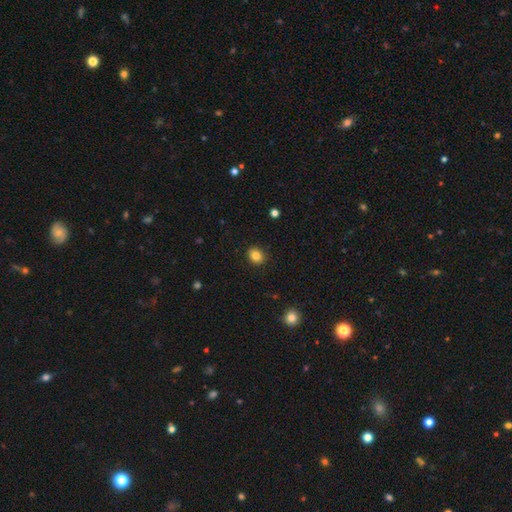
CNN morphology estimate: Q: Smooth or featured?
A: smooth (83%); runner-up: star or artifact (11%)
Q: How rounded?
A: round (59%); runner-up: in between (40%)
Q: Merging?
A: none (89%); runner-up: minor disturbance (8%)